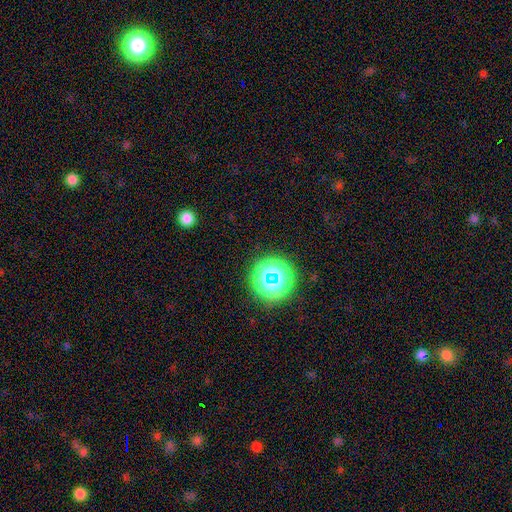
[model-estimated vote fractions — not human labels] Morphology: type=star or artifact (71%).